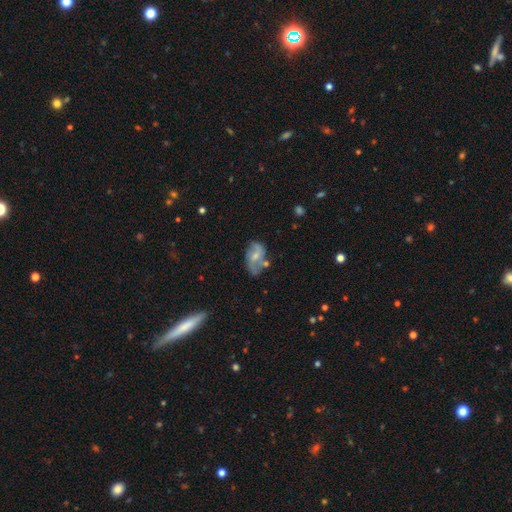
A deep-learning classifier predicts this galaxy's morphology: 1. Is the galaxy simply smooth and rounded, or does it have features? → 65% featured or disk, 27% smooth, 8% star or artifact.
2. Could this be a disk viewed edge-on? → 96% no, 4% yes.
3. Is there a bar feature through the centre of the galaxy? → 47% no, 42% weak, 11% strong.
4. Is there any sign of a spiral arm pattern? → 84% yes, 16% no.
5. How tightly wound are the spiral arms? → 56% loose, 33% medium, 11% tight.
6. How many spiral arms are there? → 77% 2, 11% can't tell, 5% 3, 3% 1, 2% 4, 1% more than 4.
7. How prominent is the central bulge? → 51% small, 40% moderate, 7% none, 2% large, 1% dominant.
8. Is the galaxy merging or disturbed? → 55% none, 25% minor disturbance, 11% major disturbance, 9% merger.